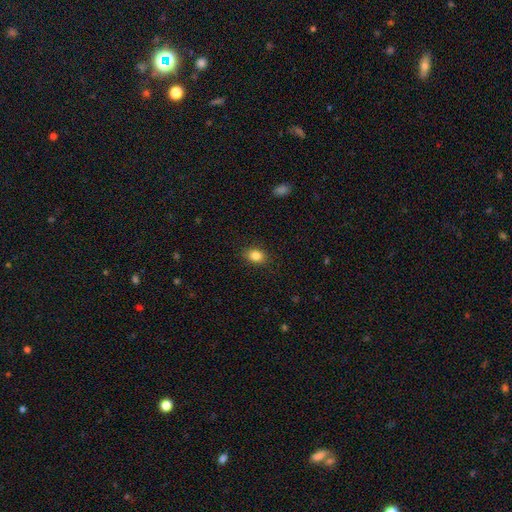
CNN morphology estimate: The model was most divided on "how rounded": in between: 69%, round: 30%, cigar-shaped: 1%. More confident: merging — none (88%); smooth or featured — smooth (85%).